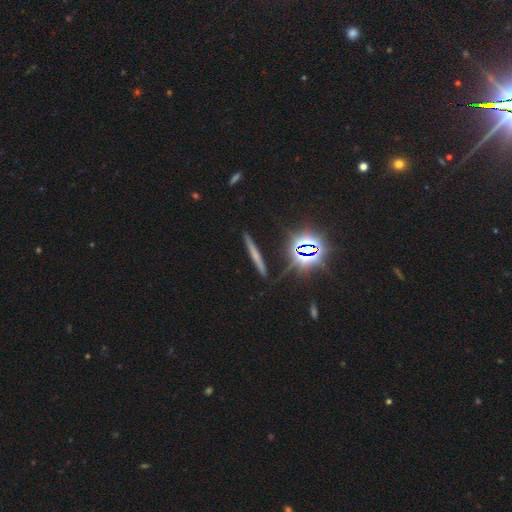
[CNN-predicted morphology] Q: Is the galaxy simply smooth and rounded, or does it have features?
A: smooth — 43%.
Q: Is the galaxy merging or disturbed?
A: none — 87%.